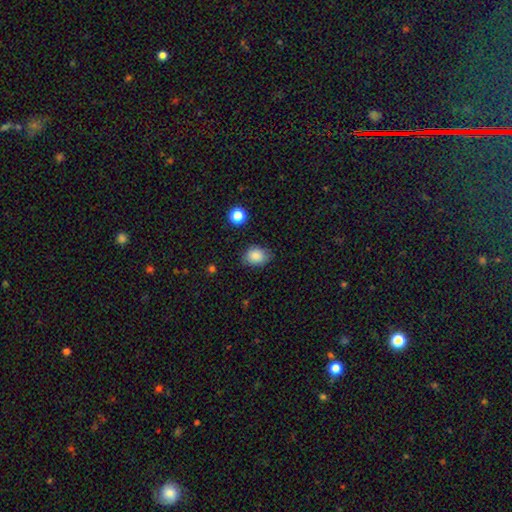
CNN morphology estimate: smooth 86%, star or artifact 9%, featured or disk 5%. Down the decision tree: how rounded — in between (61%); merging — none (75%).